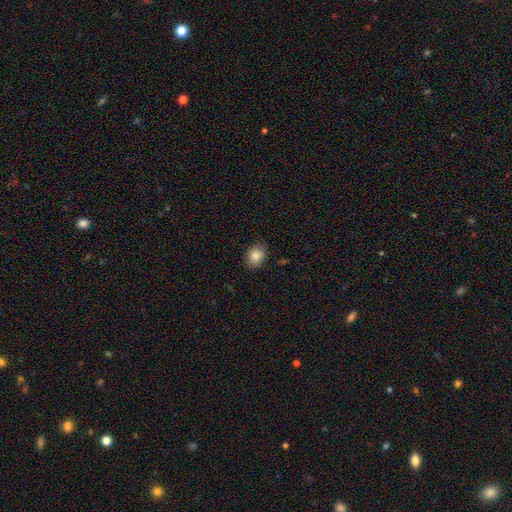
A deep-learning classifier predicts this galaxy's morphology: Smooth or featured?
  - smooth: 86% *
  - star or artifact: 9%
  - featured or disk: 5%
How rounded?
  - round: 53% *
  - in between: 46%
  - cigar-shaped: 1%
Merging?
  - none: 85% *
  - minor disturbance: 11%
  - major disturbance: 2%
  - merger: 1%